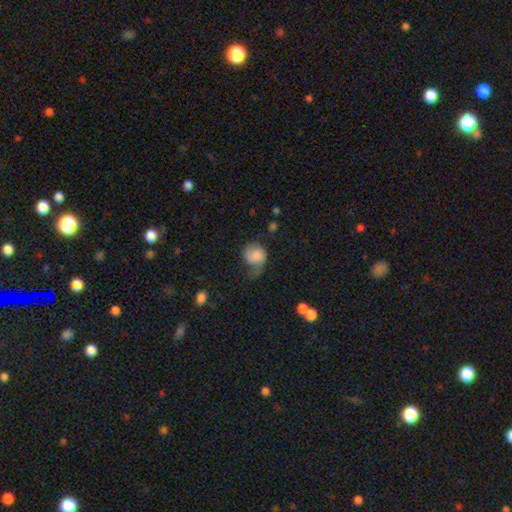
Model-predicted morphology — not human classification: type=smooth (56%); roundness=round (67%); merging=major disturbance (34%).